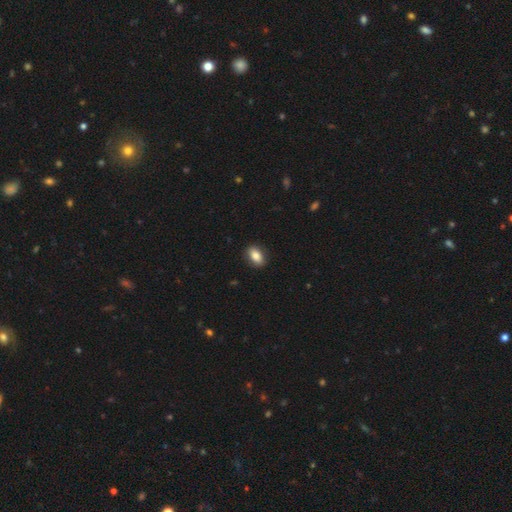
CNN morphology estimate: A smooth galaxy with no disk features (83%) that is in between round and cigar-shaped (86%). Merging: none (88%).